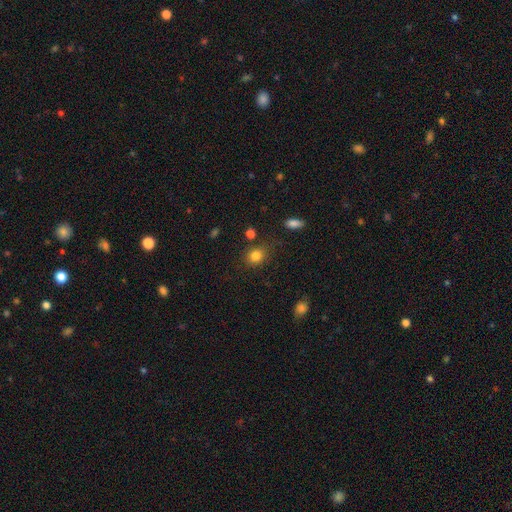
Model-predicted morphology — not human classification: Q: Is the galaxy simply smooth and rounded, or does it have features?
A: smooth — 82%.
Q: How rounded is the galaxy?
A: round — 70%.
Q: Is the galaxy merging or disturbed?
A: none — 76%.